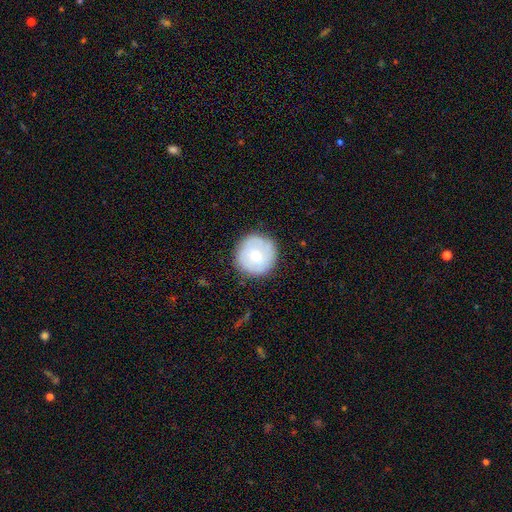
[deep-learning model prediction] Morphology: type=smooth (58%); roundness=round (95%); merging=none (83%).